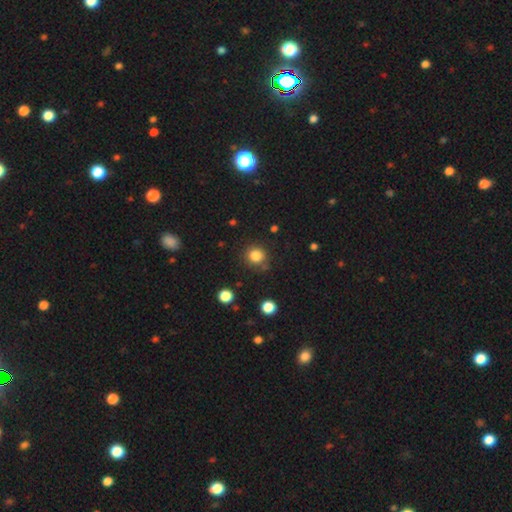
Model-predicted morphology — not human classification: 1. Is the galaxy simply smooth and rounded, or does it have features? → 83% smooth, 12% star or artifact, 5% featured or disk.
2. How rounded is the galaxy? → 90% round, 10% in between, 1% cigar-shaped.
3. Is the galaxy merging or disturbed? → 82% none, 10% minor disturbance, 4% merger, 4% major disturbance.